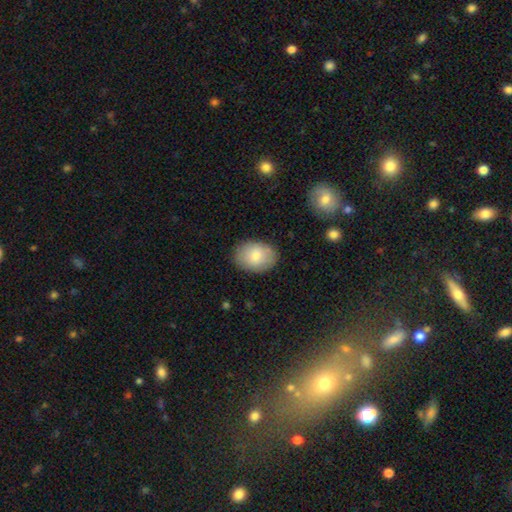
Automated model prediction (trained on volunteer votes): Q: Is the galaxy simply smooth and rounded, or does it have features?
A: smooth — 80%.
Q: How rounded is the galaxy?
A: in between — 72%.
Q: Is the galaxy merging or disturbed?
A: none — 85%.